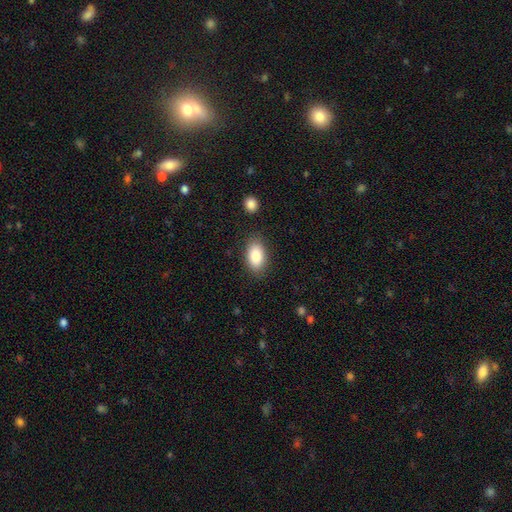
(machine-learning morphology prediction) Smooth or featured? smooth (84%)
How rounded? in between (92%)
Merging? none (85%)